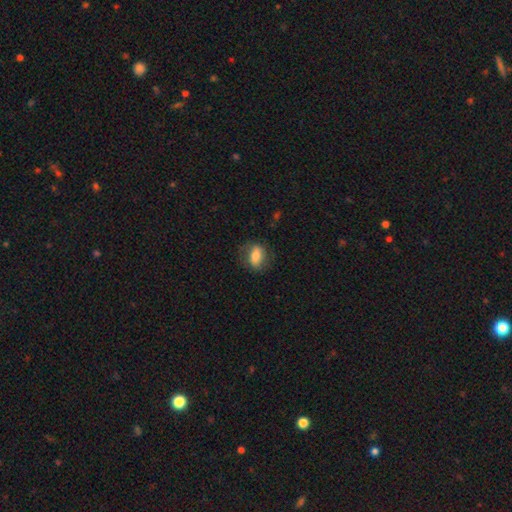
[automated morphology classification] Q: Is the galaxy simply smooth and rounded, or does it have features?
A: smooth — 69%.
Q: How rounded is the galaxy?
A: in between — 77%.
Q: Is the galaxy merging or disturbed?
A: none — 72%.